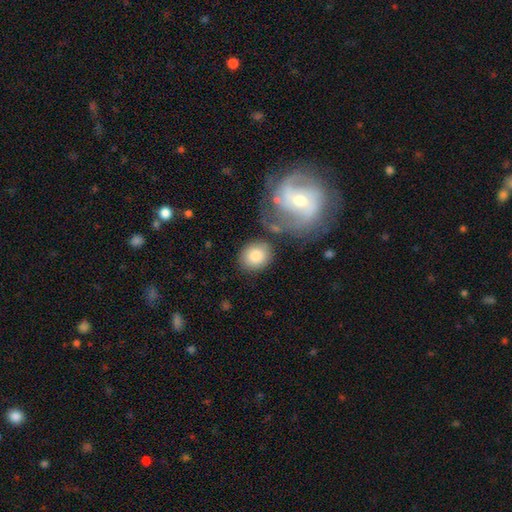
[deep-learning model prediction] Morphology: type=smooth (82%); roundness=round (65%); merging=none (71%).